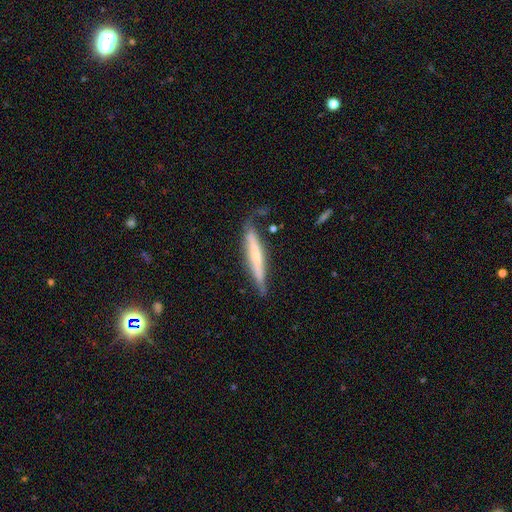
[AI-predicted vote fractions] This is possibly a featured or disk galaxy (47%, tied with smooth). Merging: likely none (63%).